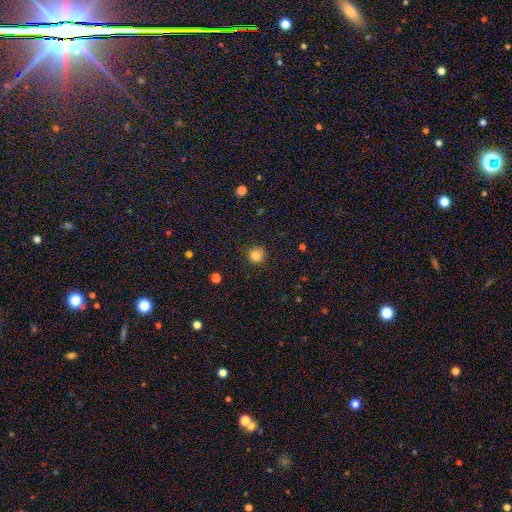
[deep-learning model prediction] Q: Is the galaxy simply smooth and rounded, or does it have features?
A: smooth — 83%.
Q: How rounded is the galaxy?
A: round — 93%.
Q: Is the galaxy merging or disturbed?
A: none — 88%.